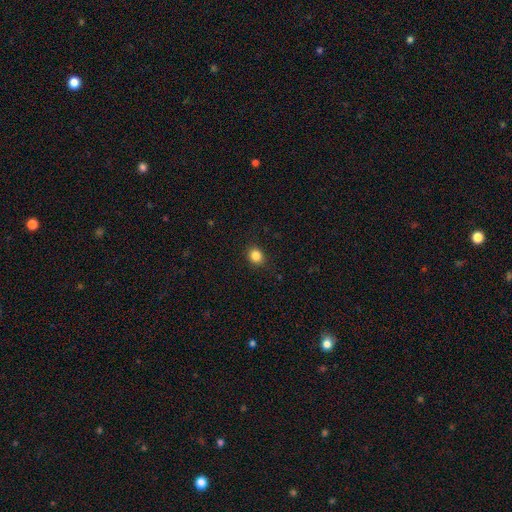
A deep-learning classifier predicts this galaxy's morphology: Q: Smooth or featured?
A: smooth (85%); runner-up: star or artifact (11%)
Q: How rounded?
A: round (71%); runner-up: in between (28%)
Q: Merging?
A: none (90%); runner-up: minor disturbance (7%)